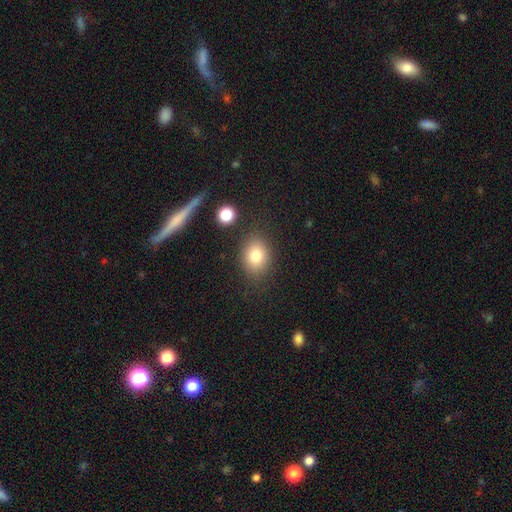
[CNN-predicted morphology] The model was most divided on "how rounded": in between: 51%, round: 48%, cigar-shaped: 1%. More confident: merging — none (82%); smooth or featured — smooth (79%).